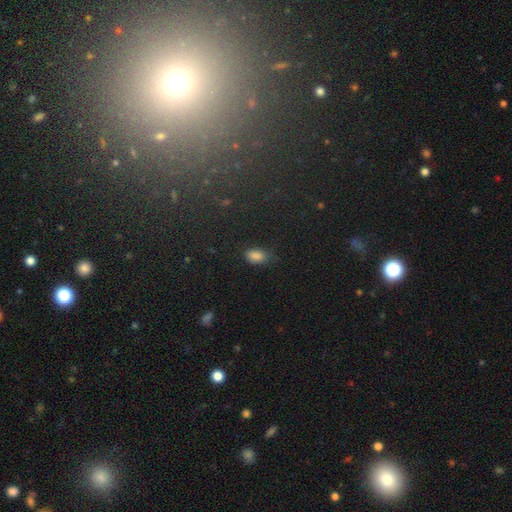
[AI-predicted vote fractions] This is clearly a smooth galaxy (83%). How rounded: clearly in between (91%). Merging: likely none (66%).